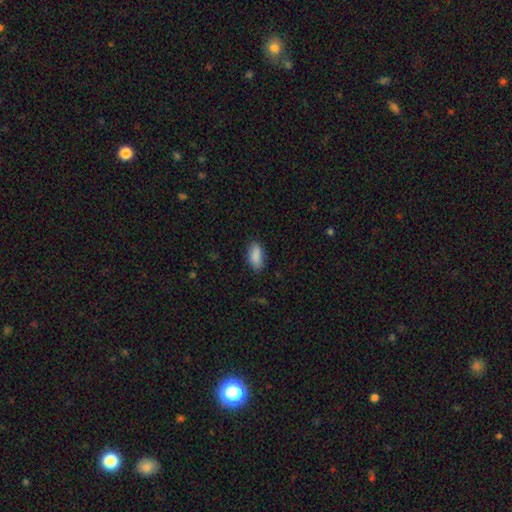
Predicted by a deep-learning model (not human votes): Q: Smooth or featured?
A: smooth (89%); runner-up: star or artifact (7%)
Q: How rounded?
A: in between (88%); runner-up: cigar-shaped (9%)
Q: Merging?
A: none (83%); runner-up: minor disturbance (13%)